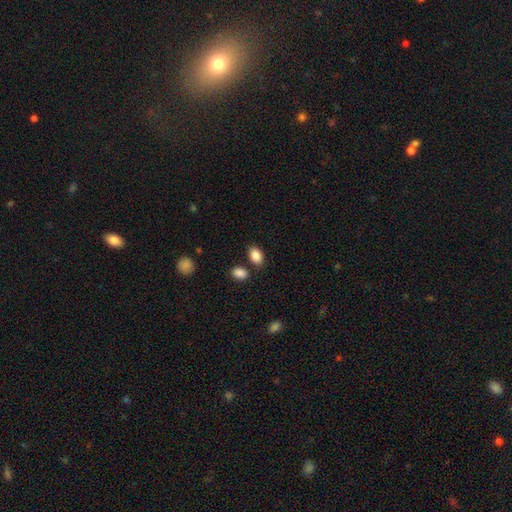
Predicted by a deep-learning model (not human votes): smooth-or-featured: smooth: 88% | star or artifact: 8% | featured or disk: 4%
  how-rounded: in between: 87% | round: 12% | cigar-shaped: 1%
  merging: none: 75% | minor disturbance: 12% | merger: 9% | major disturbance: 3%